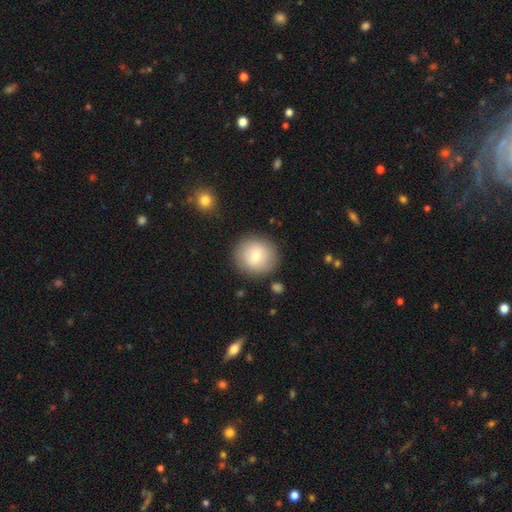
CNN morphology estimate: A smooth galaxy with no disk features (72%) that is round (91%).

Vote fractions:
- Smooth or featured? smooth: 72% / featured or disk: 21% / star or artifact: 7%
- How rounded? round: 91% / in between: 8% / cigar-shaped: 1%
- Merging? none: 85% / minor disturbance: 9% / major disturbance: 3% / merger: 2%